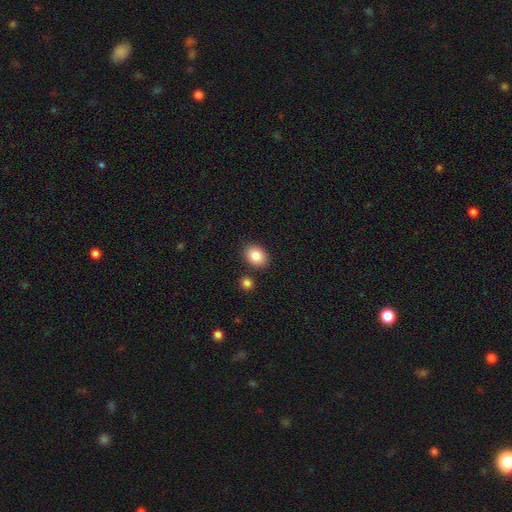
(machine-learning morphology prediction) type=smooth (86%); roundness=in between (61%); merging=none (85%).